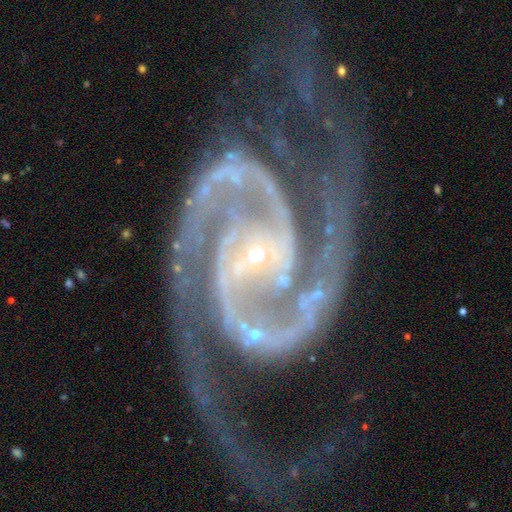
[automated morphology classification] This appears to be a featured or disk galaxy (95%) with no bar (38%), 2 (88%) medium (55%) spiral arms (99%) and a small central bulge (86%). Merging: none (57%).